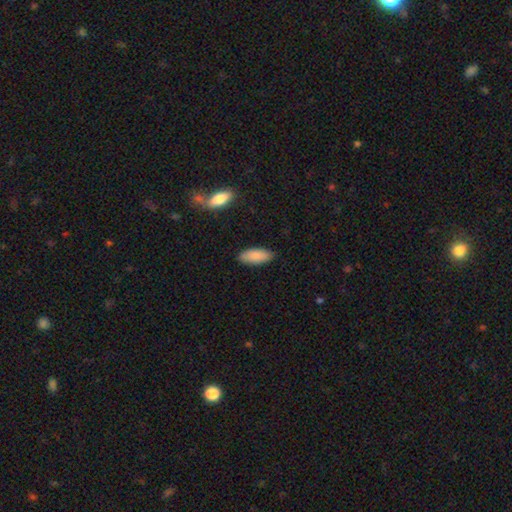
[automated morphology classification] smooth 88%, featured or disk 7%, star or artifact 6%. Down the decision tree: how rounded — in between (82%); merging — none (87%).